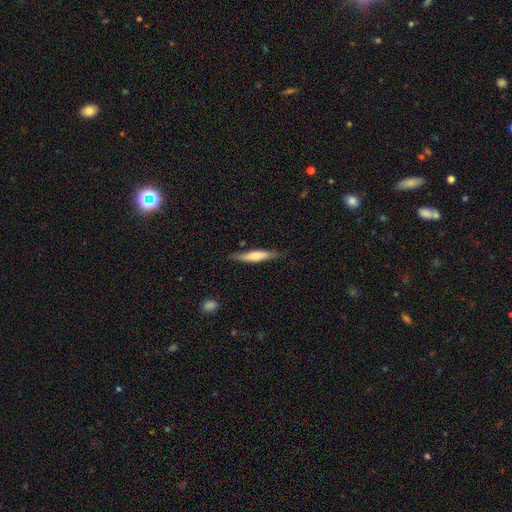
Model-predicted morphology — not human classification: Smooth or featured?
  - smooth: 57% *
  - featured or disk: 37%
  - star or artifact: 6%
How rounded?
  - cigar-shaped: 87% *
  - in between: 11%
  - round: 1%
Merging?
  - none: 82% *
  - minor disturbance: 14%
  - major disturbance: 3%
  - merger: 2%